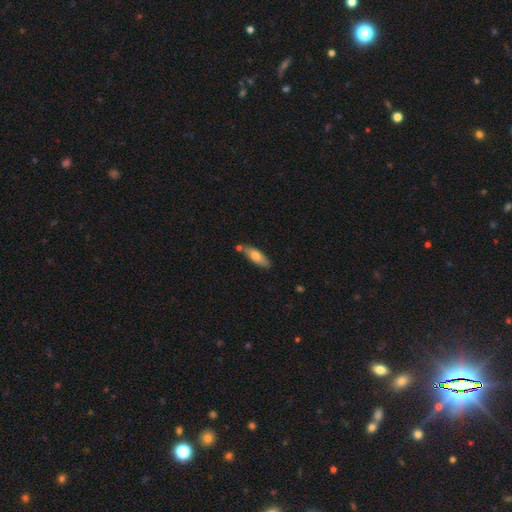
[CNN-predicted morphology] smooth 70%, featured or disk 24%, star or artifact 6%. Down the decision tree: how rounded — in between (56%); merging — none (69%).